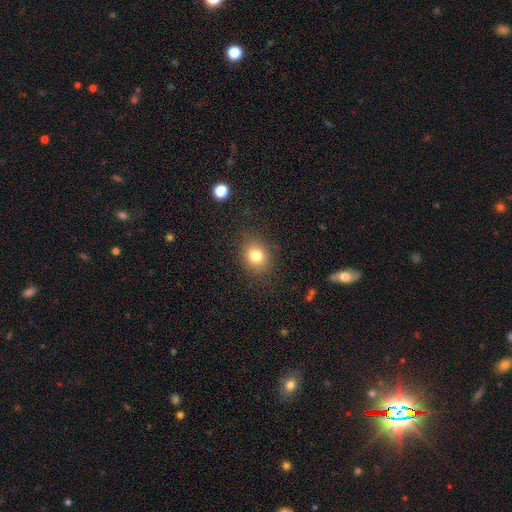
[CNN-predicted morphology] Overall: smooth (79%). How rounded: round (66%; in between 33%). Merging: none (85%).